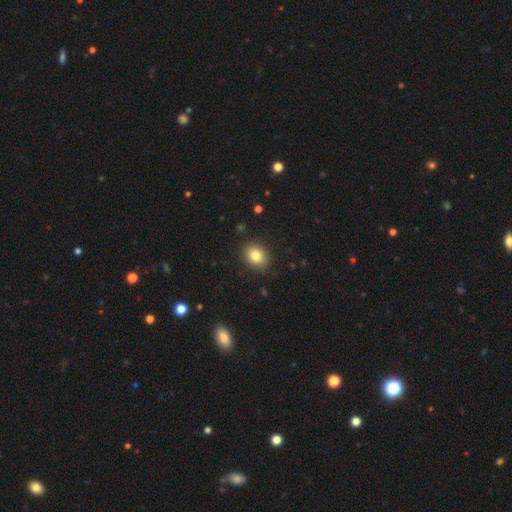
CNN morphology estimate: smooth_or_featured: smooth (p=0.82) [alt: star or artifact p=0.10]
how_rounded: round (p=0.57) [alt: in between p=0.42]
merging: none (p=0.88) [alt: minor disturbance p=0.09]